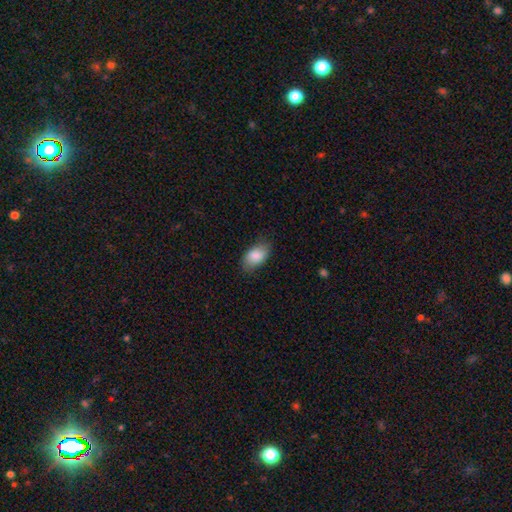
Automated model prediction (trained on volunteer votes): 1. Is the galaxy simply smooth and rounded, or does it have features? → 86% smooth, 7% featured or disk, 6% star or artifact.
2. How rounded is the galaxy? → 92% in between, 6% round, 2% cigar-shaped.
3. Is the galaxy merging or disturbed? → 78% none, 17% minor disturbance, 4% major disturbance, 1% merger.